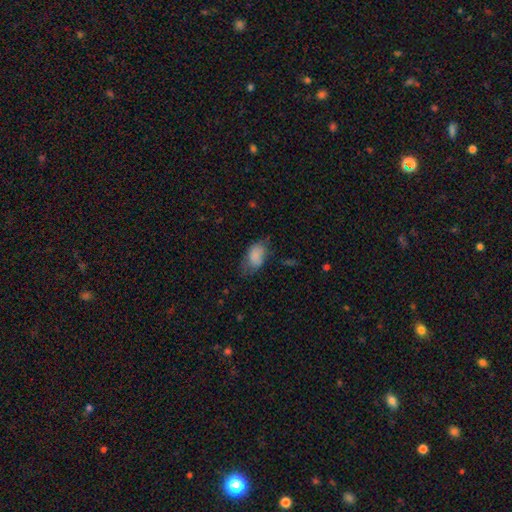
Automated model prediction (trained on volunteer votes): Smooth or featured: smooth — 81% (featured or disk — 10%)
How rounded: in between — 91% (round — 8%)
Merging: none — 48% (minor disturbance — 34%)